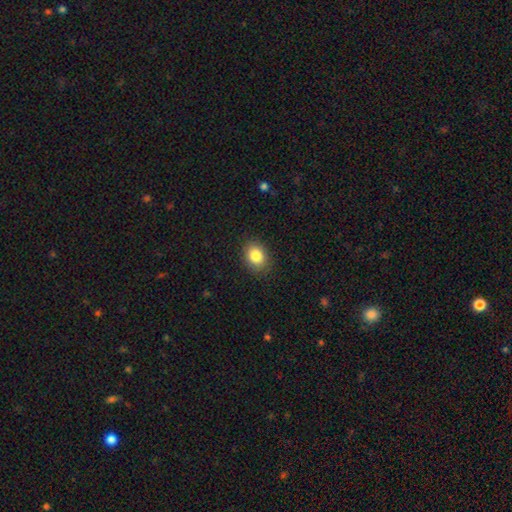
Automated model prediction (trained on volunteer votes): Smooth or featured? Predicted: smooth (p=0.85). How rounded? Predicted: in between (p=0.58). Merging? Predicted: none (p=0.88).